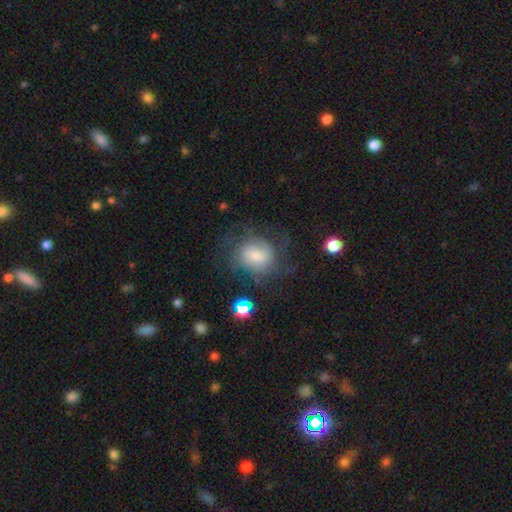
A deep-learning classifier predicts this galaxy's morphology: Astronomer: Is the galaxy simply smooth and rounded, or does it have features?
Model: smooth — 51% (runner-up: featured or disk, 38%).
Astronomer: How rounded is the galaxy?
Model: round — 62%.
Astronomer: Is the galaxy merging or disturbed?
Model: none — 58%.